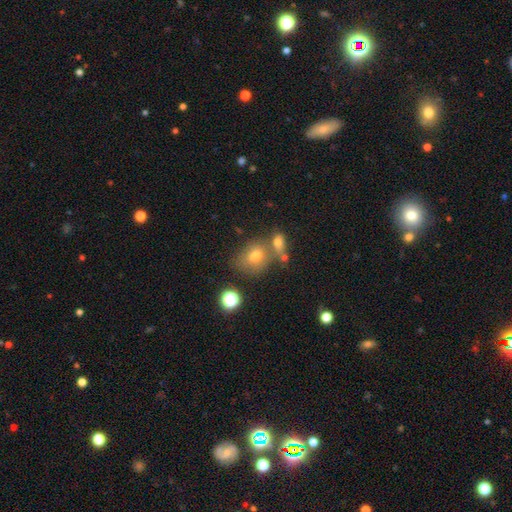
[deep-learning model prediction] This appears to be a smooth galaxy with no disk features (67%) that is round (57%). Merging: none (52%).